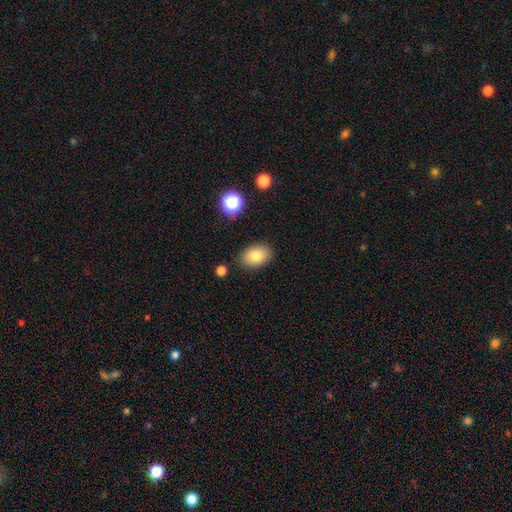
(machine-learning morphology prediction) Smooth or featured: smooth — 82% (star or artifact — 9%)
How rounded: in between — 85% (round — 14%)
Merging: none — 84% (minor disturbance — 11%)